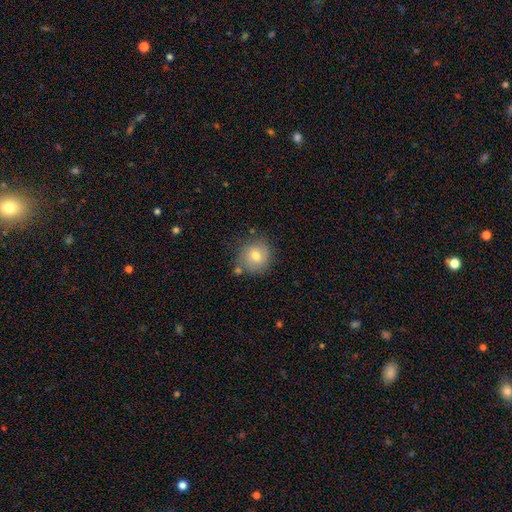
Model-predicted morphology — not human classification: Smooth or featured? Predicted: smooth (p=0.75). How rounded? Predicted: round (p=0.88). Merging? Predicted: none (p=0.75).